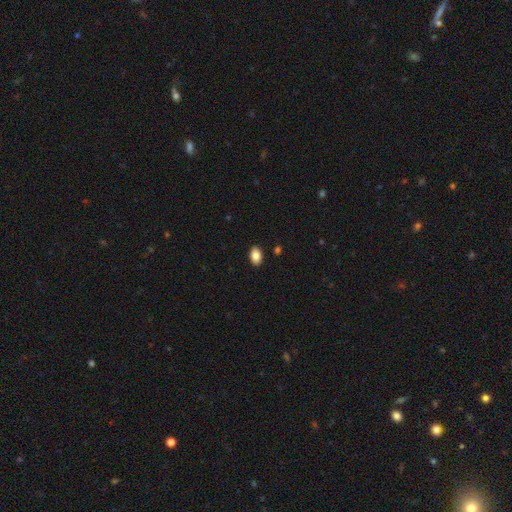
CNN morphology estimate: Q: Smooth or featured?
A: smooth (86%); runner-up: star or artifact (8%)
Q: How rounded?
A: in between (90%); runner-up: round (9%)
Q: Merging?
A: none (90%); runner-up: minor disturbance (7%)